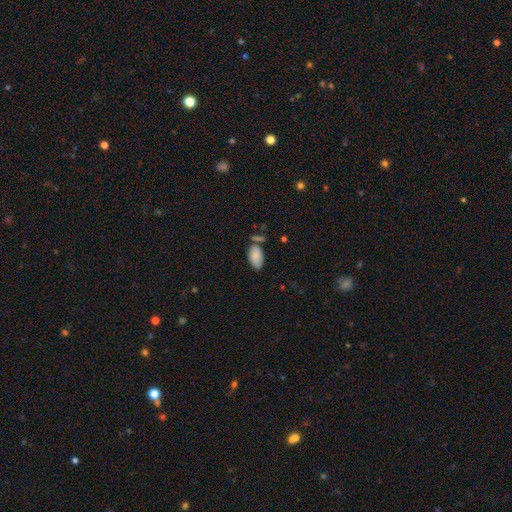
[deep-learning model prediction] smooth_or_featured: smooth (p=0.80) [alt: featured or disk p=0.13]
how_rounded: in between (p=0.94) [alt: round p=0.03]
merging: none (p=0.58) [alt: minor disturbance p=0.22]